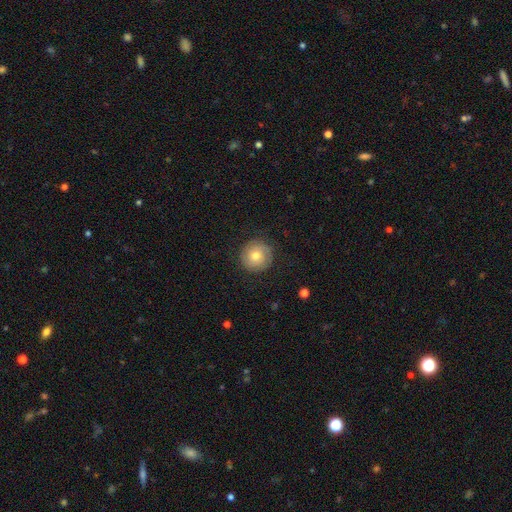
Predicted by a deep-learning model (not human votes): A featured or disk galaxy (52%) with no bar (79%), spiral arms (83%) and a moderate central bulge (70%). Merging: none (84%).